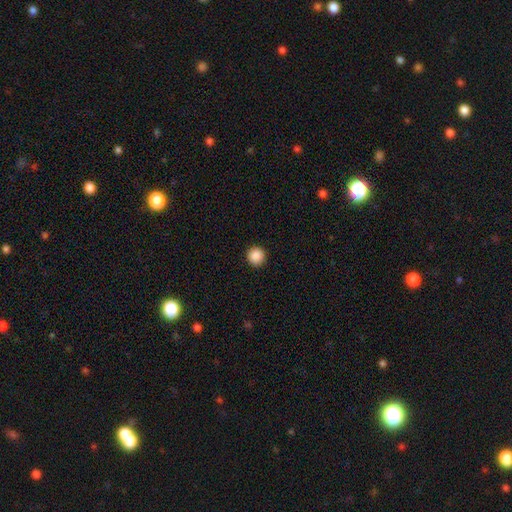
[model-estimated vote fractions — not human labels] A smooth galaxy with no disk features (88%) that is round (95%). Merging: none (93%).